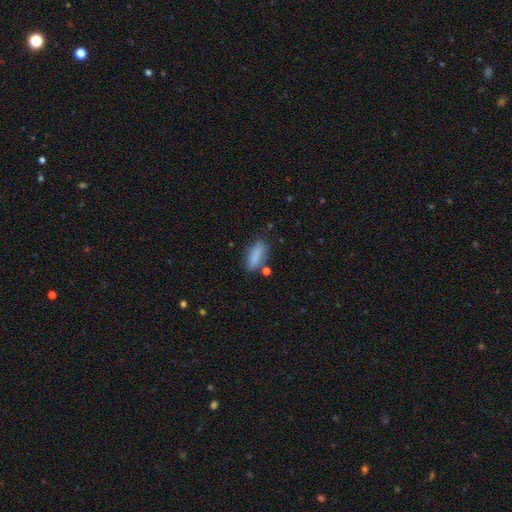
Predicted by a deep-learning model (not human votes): This is clearly a smooth galaxy (82%). How rounded: likely in between (71%). Merging: likely none (65%).